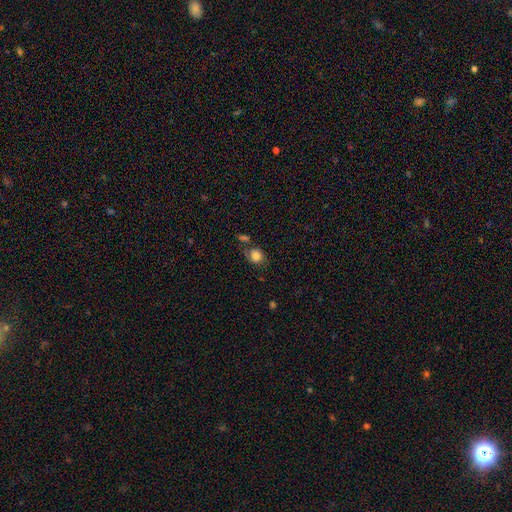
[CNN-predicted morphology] This appears to be a smooth galaxy with no disk features (75%) that is round (63%). Merging: none (52%).